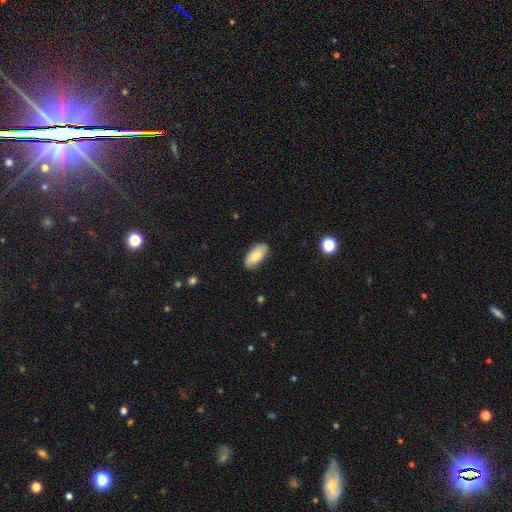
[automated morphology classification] A smooth galaxy with no disk features (78%) that is in between round and cigar-shaped (92%).

Vote fractions:
- Smooth or featured? smooth: 78% / featured or disk: 16% / star or artifact: 6%
- How rounded? in between: 92% / cigar-shaped: 6% / round: 2%
- Merging? none: 83% / minor disturbance: 14% / major disturbance: 2% / merger: 1%